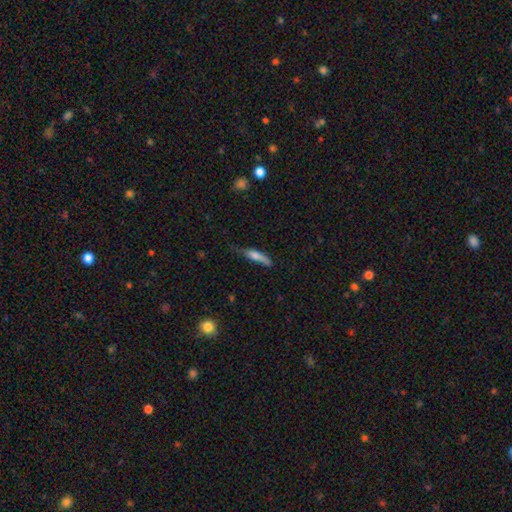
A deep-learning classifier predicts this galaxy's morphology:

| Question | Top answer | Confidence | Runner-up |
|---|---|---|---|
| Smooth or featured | smooth | 64% | featured or disk (28%) |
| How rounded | cigar-shaped | 72% | in between (26%) |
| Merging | none | 46% | minor disturbance (34%) |